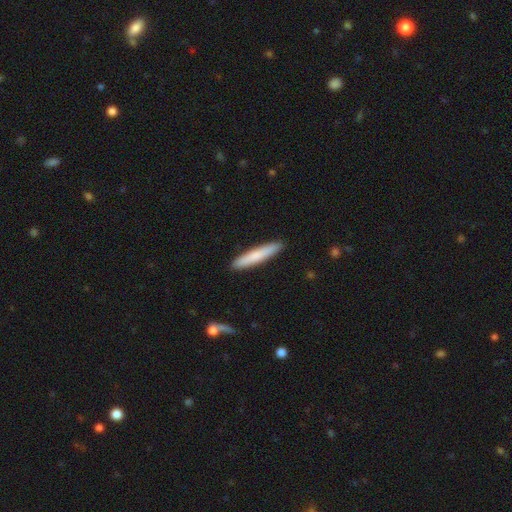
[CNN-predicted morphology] smooth 75%, featured or disk 20%, star or artifact 5%. Down the decision tree: how rounded — cigar-shaped (92%); merging — none (91%).